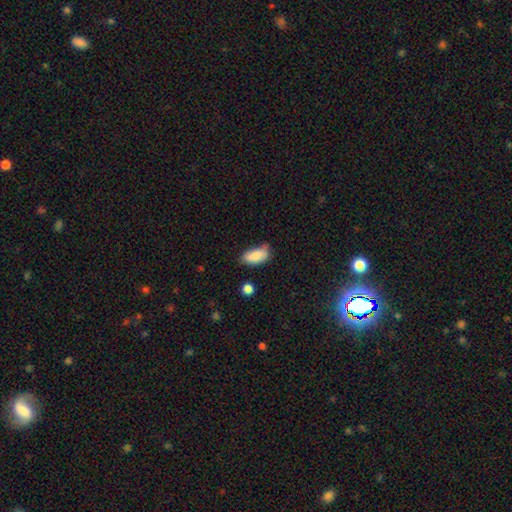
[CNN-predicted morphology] This is clearly a smooth galaxy (84%). How rounded: clearly in between (89%). Merging: possibly none (54%).